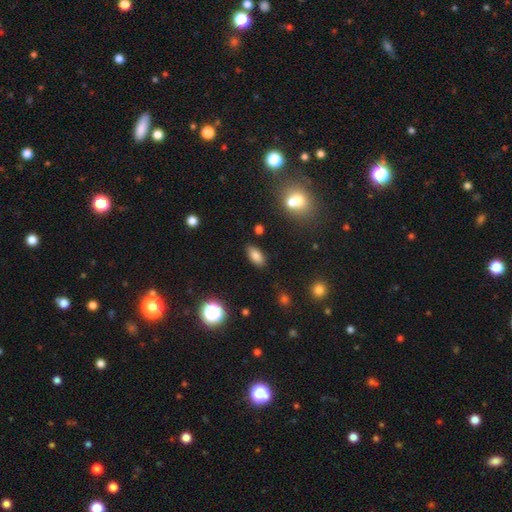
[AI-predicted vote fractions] This appears to be a smooth galaxy with no disk features (80%) that is in between round and cigar-shaped (89%). Merging: none (86%).